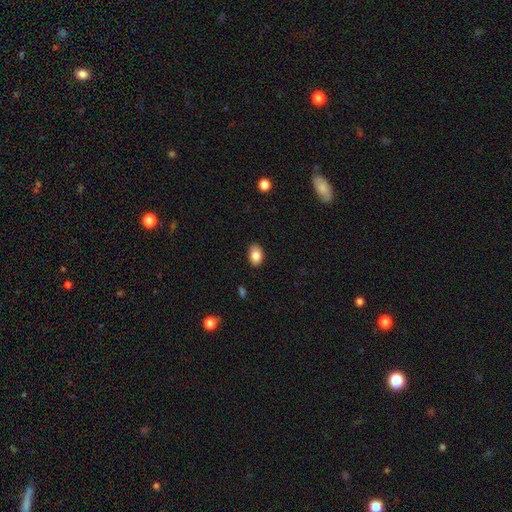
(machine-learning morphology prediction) A smooth galaxy with no disk features (85%) that is in between round and cigar-shaped (87%). Merging: none (87%).